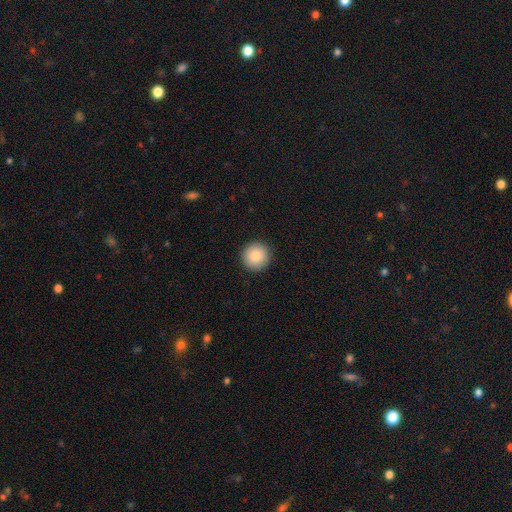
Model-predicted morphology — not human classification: smooth 87%, star or artifact 8%, featured or disk 6%. Down the decision tree: how rounded — round (96%); merging — none (92%).